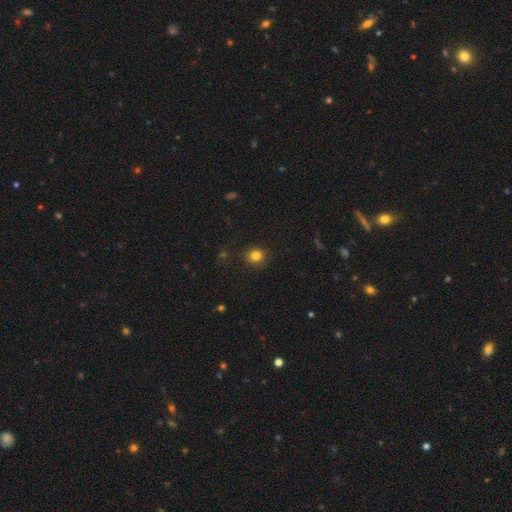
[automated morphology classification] This is clearly a smooth galaxy (83%). How rounded: clearly round (85%). Merging: clearly none (89%).